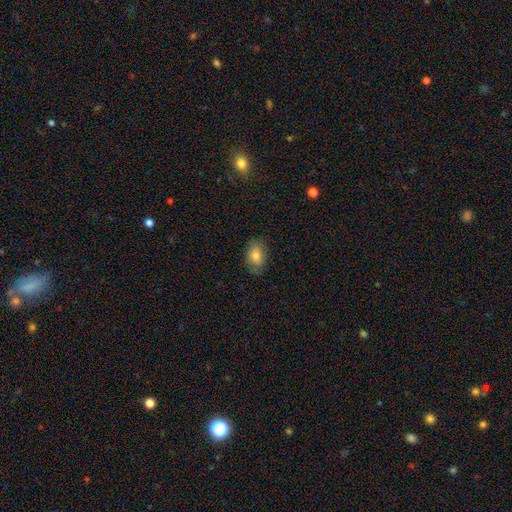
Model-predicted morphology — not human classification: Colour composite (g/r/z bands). It shows a smooth galaxy with no disk features (78%) that is in between round and cigar-shaped (82%). Merging: none (79%).